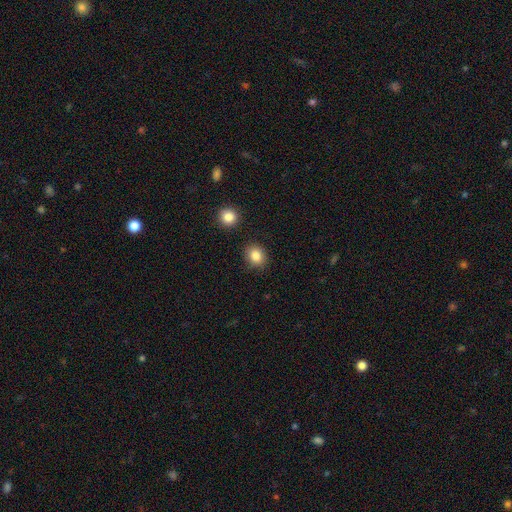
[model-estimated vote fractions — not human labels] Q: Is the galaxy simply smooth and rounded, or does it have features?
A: smooth — 85%.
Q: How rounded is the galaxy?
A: round — 59%.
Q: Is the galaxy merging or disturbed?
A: none — 86%.